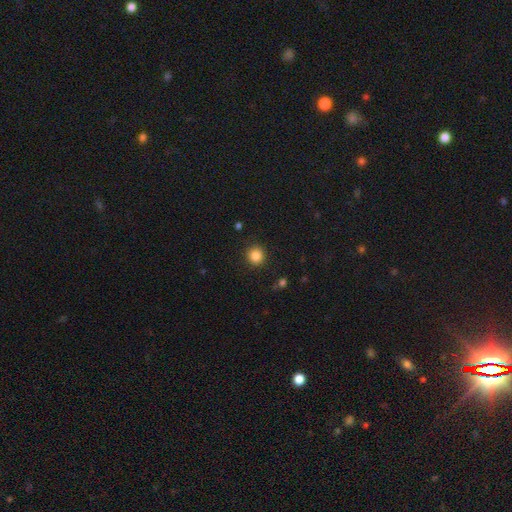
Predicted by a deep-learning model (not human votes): Smooth or featured? Predicted: smooth (p=0.85). How rounded? Predicted: round (p=0.92). Merging? Predicted: none (p=0.91).